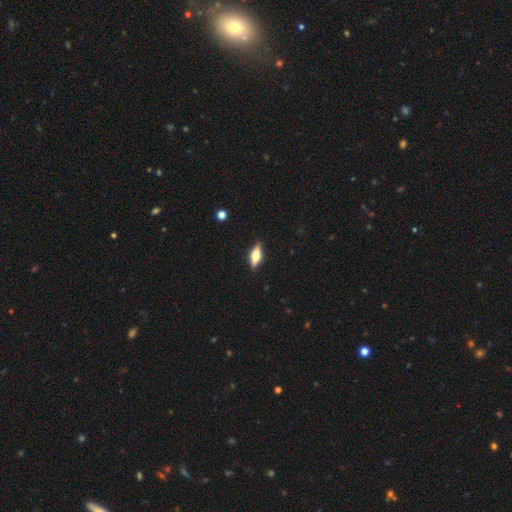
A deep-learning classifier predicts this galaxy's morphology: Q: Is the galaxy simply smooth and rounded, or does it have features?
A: smooth — 47%.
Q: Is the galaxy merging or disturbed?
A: none — 88%.